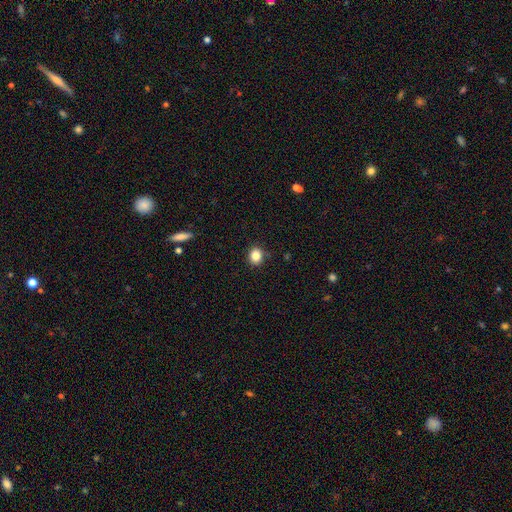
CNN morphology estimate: A smooth galaxy with no disk features (85%) that is round (70%).

Vote fractions:
- Smooth or featured? smooth: 85% / star or artifact: 11% / featured or disk: 5%
- How rounded? round: 70% / in between: 29% / cigar-shaped: 1%
- Merging? none: 88% / minor disturbance: 9% / major disturbance: 2% / merger: 1%